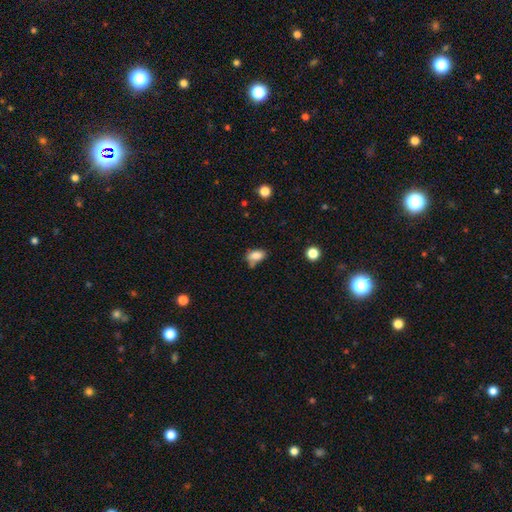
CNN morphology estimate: Smooth or featured? Predicted: smooth (p=0.82). How rounded? Predicted: in between (p=0.85). Merging? Predicted: none (p=0.45).